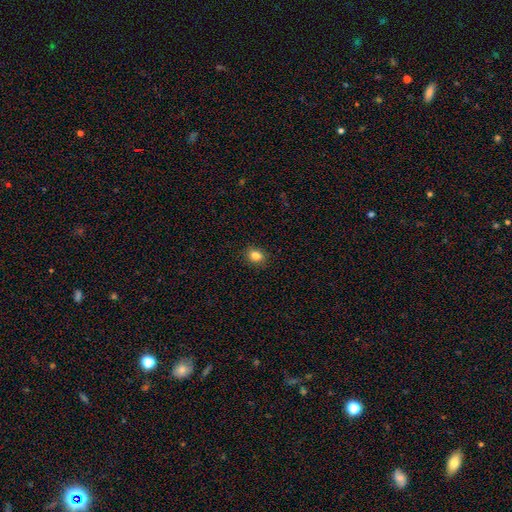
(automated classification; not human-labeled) This appears to be a smooth galaxy with no disk features (84%) that is in between round and cigar-shaped (50%). Merging: none (90%).